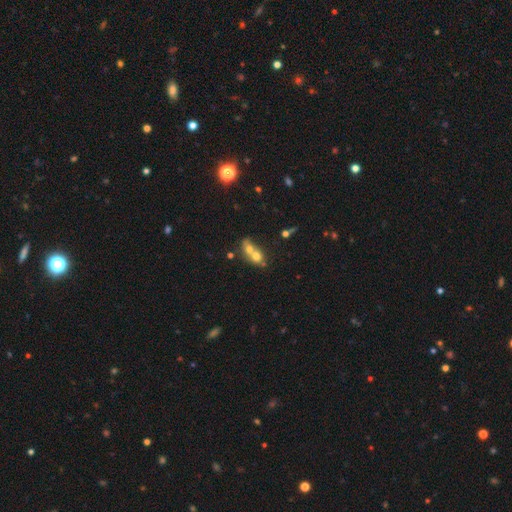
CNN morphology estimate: Overall: smooth (64%). How rounded: round (57%; in between 40%). Merging: merger (71%).